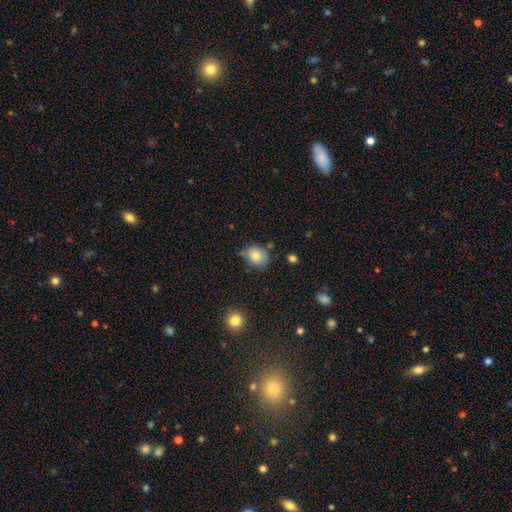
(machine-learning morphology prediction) Smooth or featured? smooth (82%)
How rounded? round (52%)
Merging? none (67%)